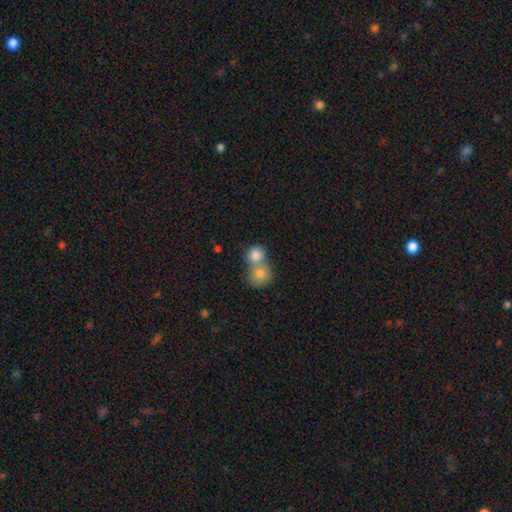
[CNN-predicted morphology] type=smooth (81%); roundness=round (80%); merging=merger (63%).